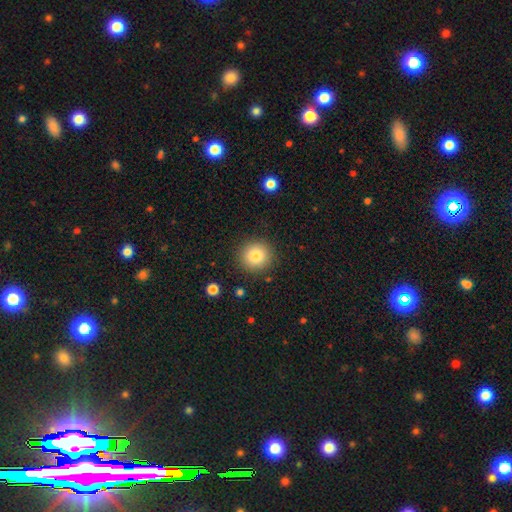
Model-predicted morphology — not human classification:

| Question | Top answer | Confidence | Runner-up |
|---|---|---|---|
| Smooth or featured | smooth | 81% | star or artifact (10%) |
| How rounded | round | 93% | in between (6%) |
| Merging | none | 90% | minor disturbance (6%) |